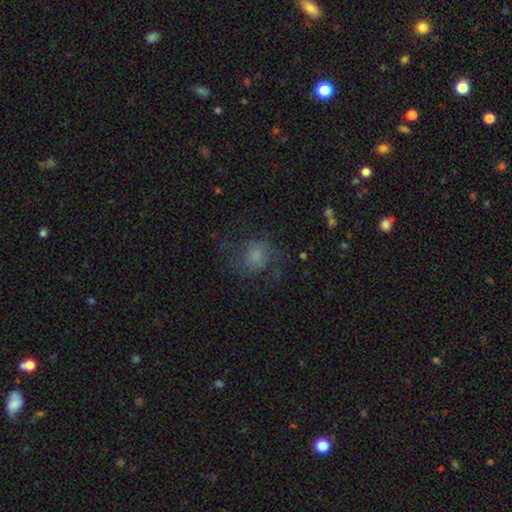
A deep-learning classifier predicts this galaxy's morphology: The model was most divided on "smooth or featured": smooth: 51%, featured or disk: 36%, star or artifact: 13%. More confident: how rounded — round (71%); merging — none (52%).